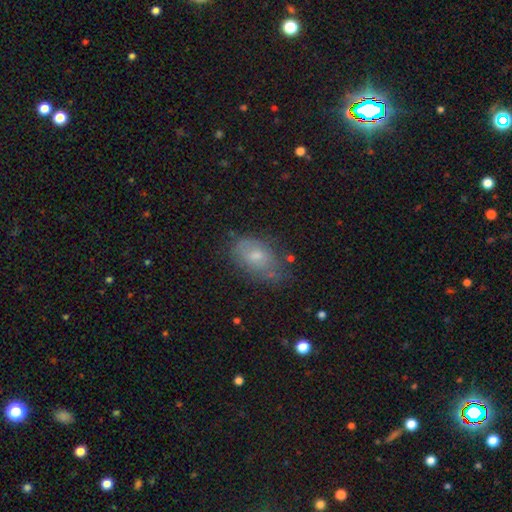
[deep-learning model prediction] smooth_or_featured: smooth (p=0.53) [alt: featured or disk p=0.37]
how_rounded: in between (p=0.87) [alt: round p=0.11]
merging: none (p=0.55) [alt: minor disturbance p=0.30]